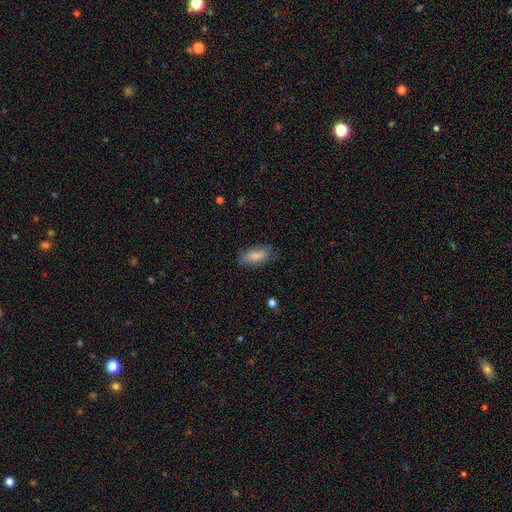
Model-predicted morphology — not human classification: Q: Smooth or featured?
A: smooth (83%); runner-up: featured or disk (10%)
Q: How rounded?
A: in between (83%); runner-up: cigar-shaped (15%)
Q: Merging?
A: none (77%); runner-up: minor disturbance (17%)